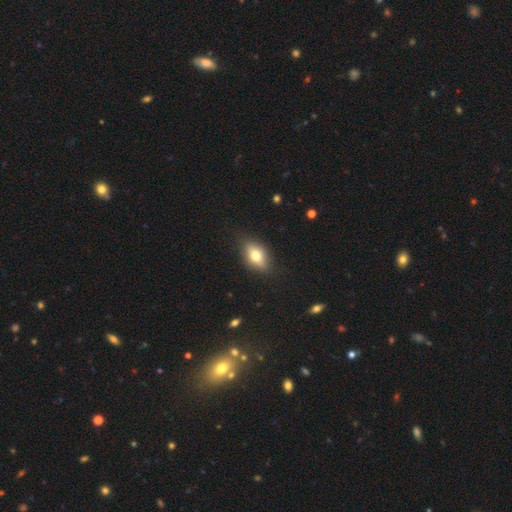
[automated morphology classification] Smooth or featured: smooth — 69% (featured or disk — 22%)
How rounded: in between — 82% (round — 13%)
Merging: none — 83% (minor disturbance — 13%)